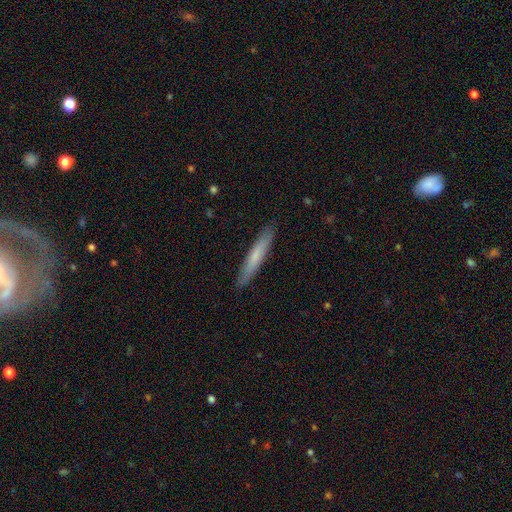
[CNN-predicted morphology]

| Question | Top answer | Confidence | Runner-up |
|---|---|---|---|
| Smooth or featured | smooth | 67% | featured or disk (28%) |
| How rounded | cigar-shaped | 94% | in between (5%) |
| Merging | none | 90% | minor disturbance (8%) |